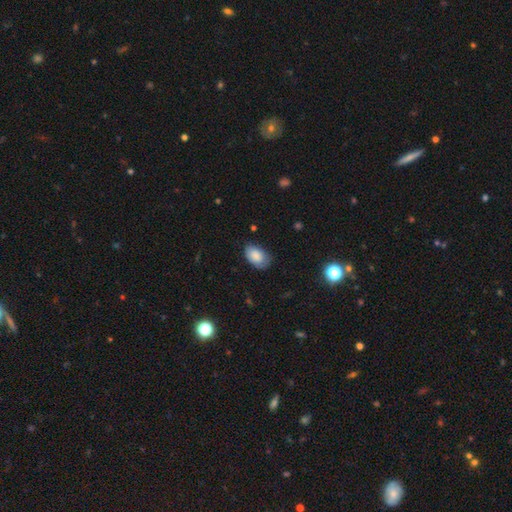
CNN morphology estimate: Q: Smooth or featured?
A: smooth (84%); runner-up: featured or disk (9%)
Q: How rounded?
A: in between (90%); runner-up: round (9%)
Q: Merging?
A: none (69%); runner-up: minor disturbance (24%)